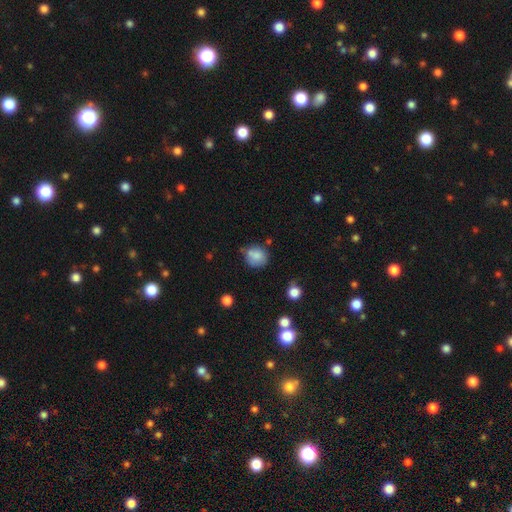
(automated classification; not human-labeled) A smooth galaxy with no disk features (81%) that is round (81%). Merging: none (59%).